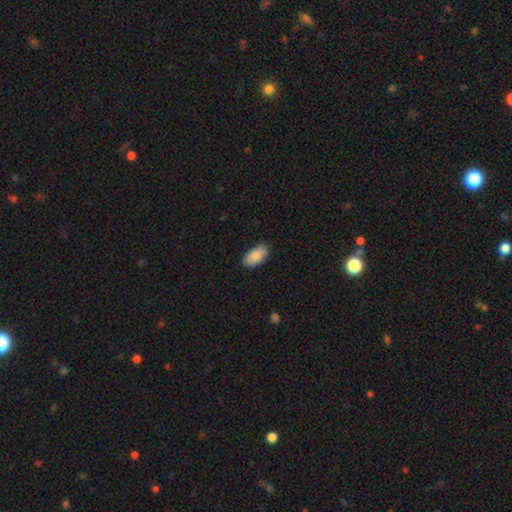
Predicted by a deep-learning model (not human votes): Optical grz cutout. It shows a smooth galaxy with no disk features (88%) that is in between round and cigar-shaped (94%). Merging: none (86%).